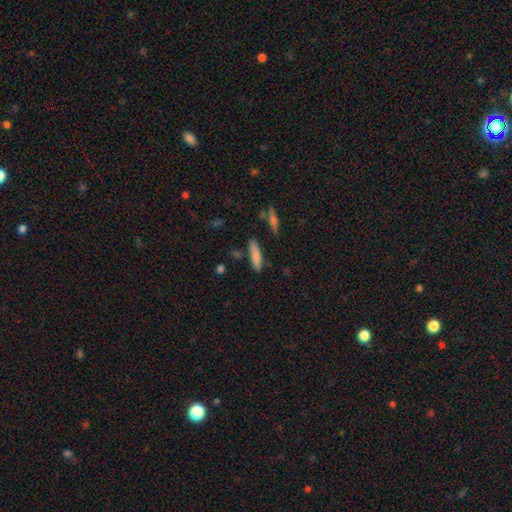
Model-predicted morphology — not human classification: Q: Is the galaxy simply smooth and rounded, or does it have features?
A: smooth — 81%.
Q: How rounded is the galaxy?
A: cigar-shaped — 72%.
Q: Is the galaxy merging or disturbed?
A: none — 81%.